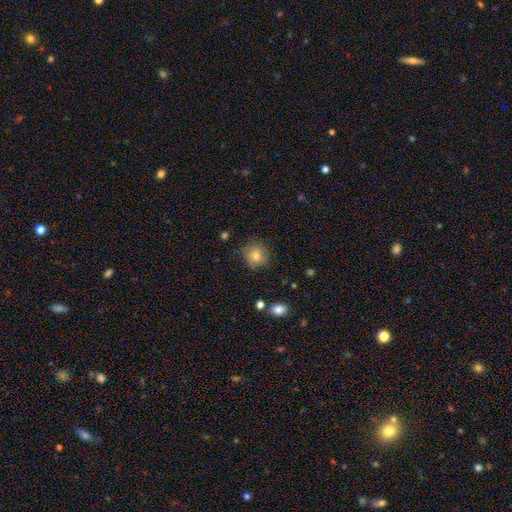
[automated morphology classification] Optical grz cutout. It shows a smooth galaxy with no disk features (75%) that is round (87%). Merging: none (77%).